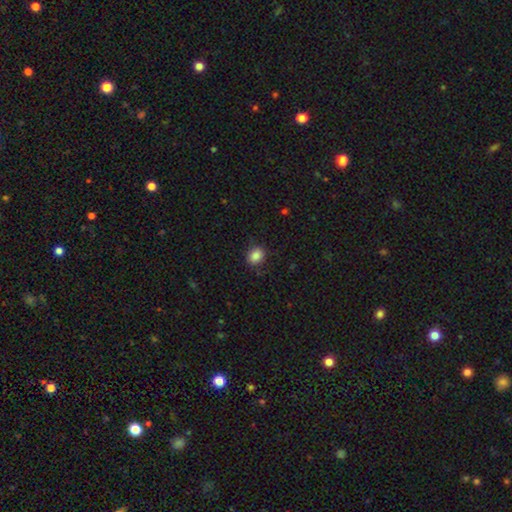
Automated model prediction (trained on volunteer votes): Overall: smooth (86%). How rounded: round (54%; in between 45%). Merging: none (84%).